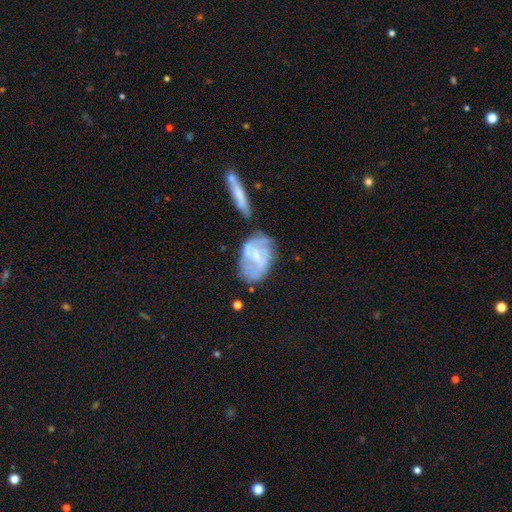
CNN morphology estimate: Smooth or featured? Predicted: featured or disk (p=0.69). Edge-on disk? Predicted: no (p=0.96). Bar? Predicted: no (p=0.47). Spiral arms? Predicted: yes (p=0.71). Bulge size? Predicted: small (p=0.48). Merging? Predicted: none (p=0.49).